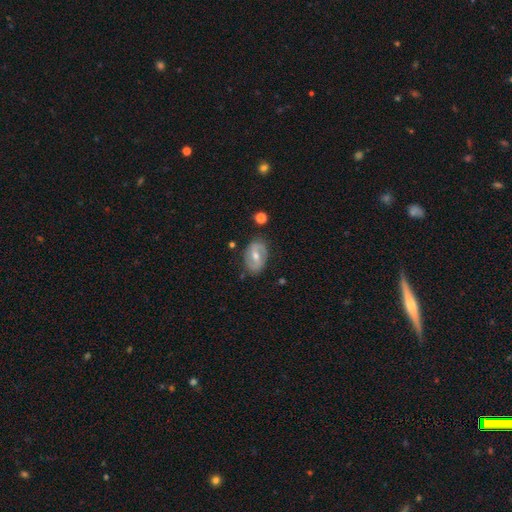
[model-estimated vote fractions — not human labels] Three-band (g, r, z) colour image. It shows a featured or disk galaxy (62%) with a weak bar (45%), spiral arms (65%) and a moderate central bulge (66%). Merging: none (78%).